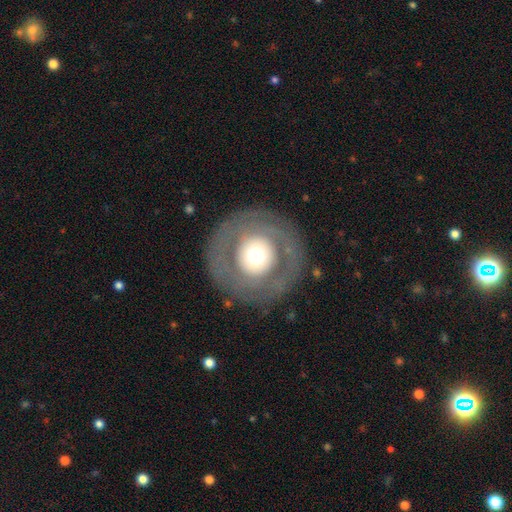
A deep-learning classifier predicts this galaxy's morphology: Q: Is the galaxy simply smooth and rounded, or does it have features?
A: featured or disk — 52%.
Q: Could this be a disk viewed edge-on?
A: no — 95%.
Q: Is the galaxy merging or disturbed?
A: none — 82%.